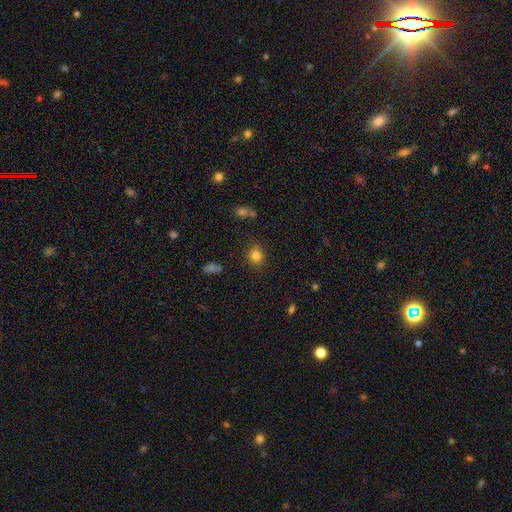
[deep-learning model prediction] smooth-or-featured: smooth: 82% | star or artifact: 12% | featured or disk: 6%
  how-rounded: round: 77% | in between: 22% | cigar-shaped: 1%
  merging: none: 86% | minor disturbance: 9% | major disturbance: 3% | merger: 2%